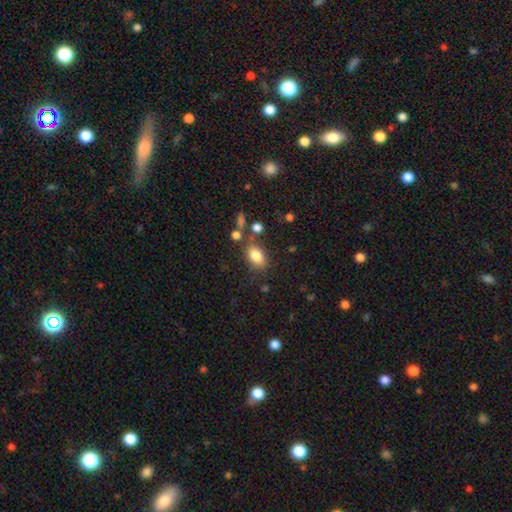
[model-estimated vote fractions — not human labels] smooth 82%, star or artifact 9%, featured or disk 8%. Down the decision tree: how rounded — in between (85%); merging — none (69%).